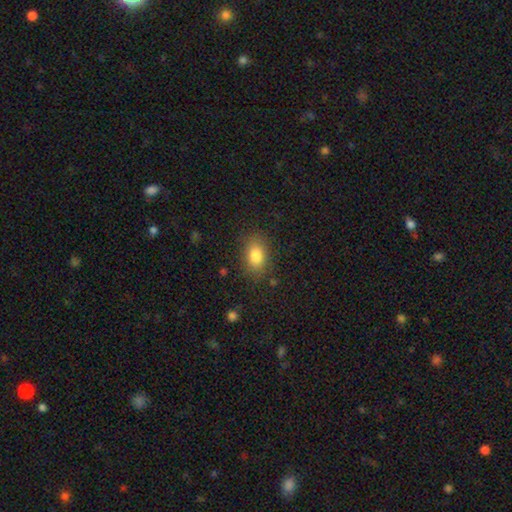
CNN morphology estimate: Q: Smooth or featured?
A: smooth (84%); runner-up: star or artifact (9%)
Q: How rounded?
A: in between (84%); runner-up: round (14%)
Q: Merging?
A: none (82%); runner-up: minor disturbance (12%)